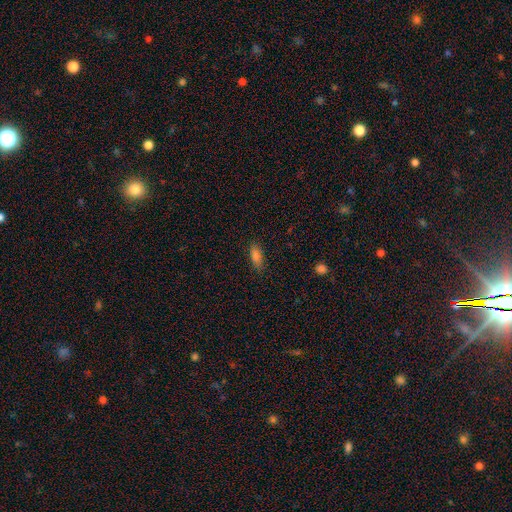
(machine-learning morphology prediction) This appears to be a smooth galaxy with no disk features (79%) that is in between round and cigar-shaped (75%). Merging: none (85%).